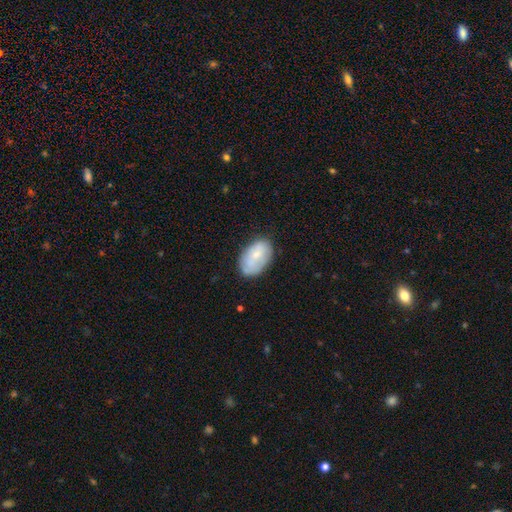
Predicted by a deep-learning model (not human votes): Smooth or featured?
  - smooth: 65% *
  - featured or disk: 27%
  - star or artifact: 7%
How rounded?
  - in between: 91% *
  - round: 7%
  - cigar-shaped: 1%
Merging?
  - none: 69% *
  - minor disturbance: 23%
  - major disturbance: 6%
  - merger: 2%